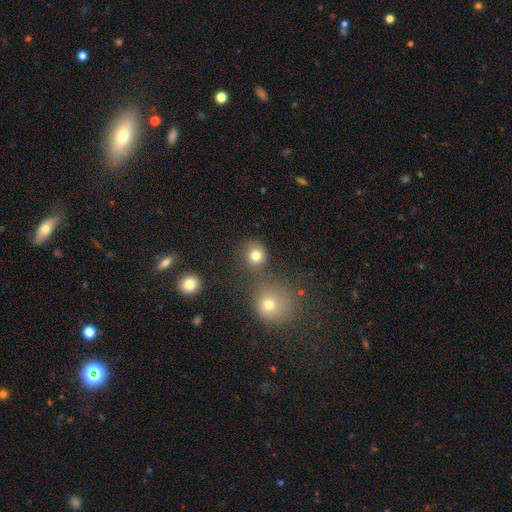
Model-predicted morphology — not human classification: Q: Smooth or featured?
A: smooth (80%); runner-up: star or artifact (14%)
Q: How rounded?
A: round (88%); runner-up: in between (11%)
Q: Merging?
A: none (71%); runner-up: merger (16%)